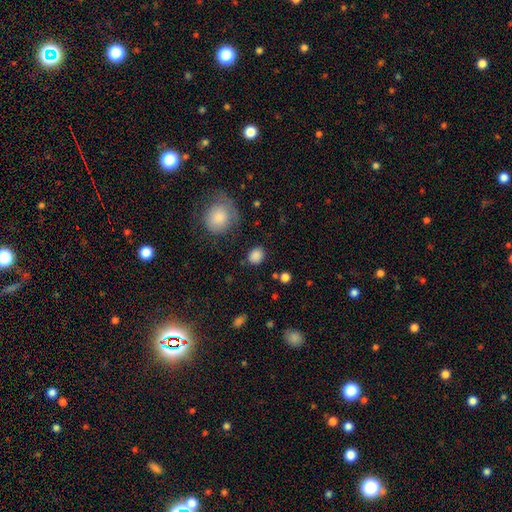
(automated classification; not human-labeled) smooth_or_featured: smooth (p=0.86) [alt: star or artifact p=0.10]
how_rounded: round (p=0.66) [alt: in between p=0.33]
merging: none (p=0.83) [alt: minor disturbance p=0.11]